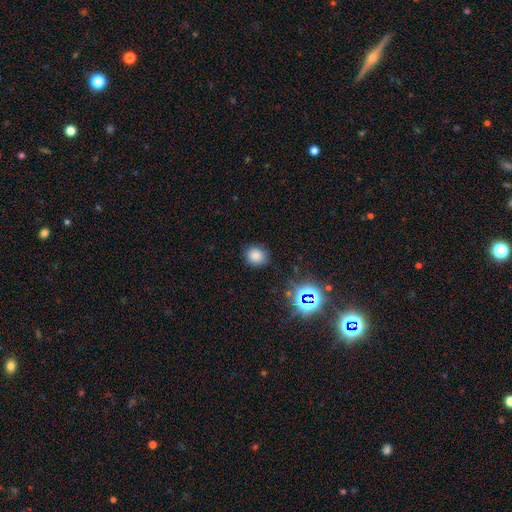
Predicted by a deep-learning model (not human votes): Smooth or featured? smooth (78%)
How rounded? round (72%)
Merging? none (86%)